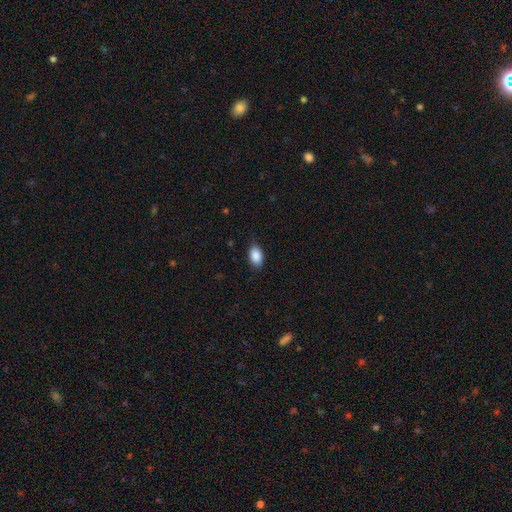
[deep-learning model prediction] Smooth or featured?
  - smooth: 89% *
  - star or artifact: 7%
  - featured or disk: 4%
How rounded?
  - in between: 90% *
  - round: 8%
  - cigar-shaped: 2%
Merging?
  - none: 83% *
  - minor disturbance: 13%
  - major disturbance: 3%
  - merger: 1%